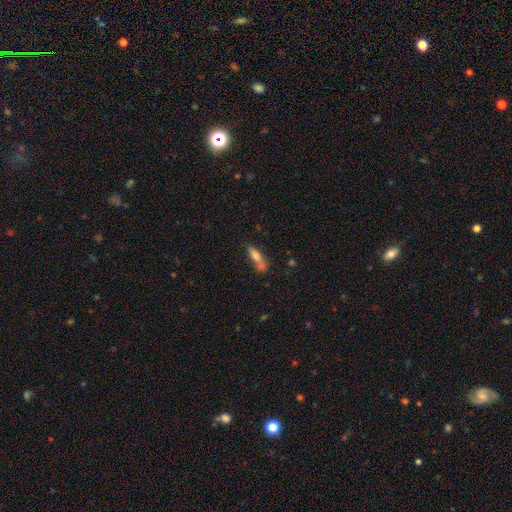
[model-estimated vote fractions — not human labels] The model was most divided on "merging": merger: 40%, none: 36%, minor disturbance: 16%, major disturbance: 8%. More confident: smooth or featured — smooth (72%); how rounded — in between (59%).